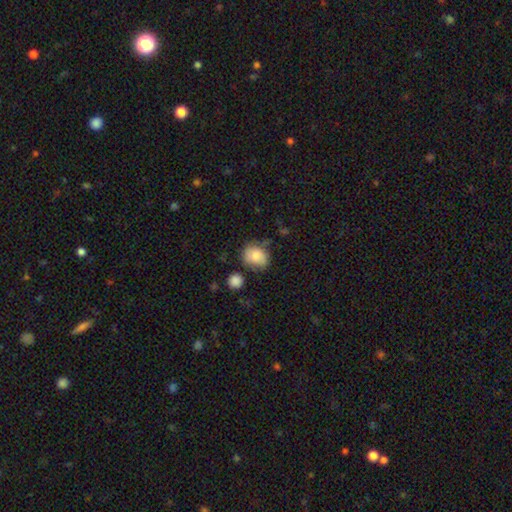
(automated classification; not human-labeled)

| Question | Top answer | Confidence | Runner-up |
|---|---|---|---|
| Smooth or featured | smooth | 77% | featured or disk (15%) |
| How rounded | round | 58% | in between (41%) |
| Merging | none | 58% | minor disturbance (27%) |